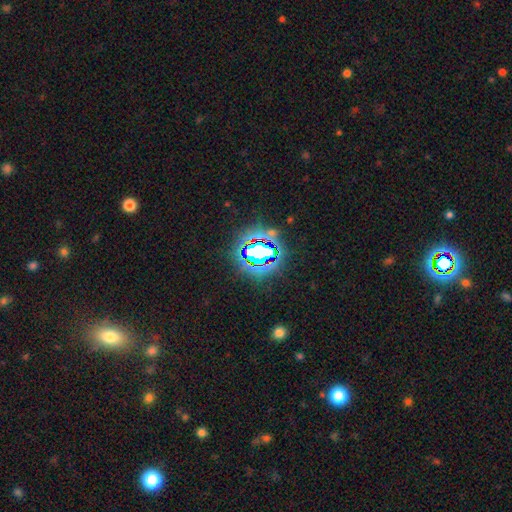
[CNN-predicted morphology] A star or artifact, not a galaxy (73%).

Vote fractions:
- Smooth or featured? star or artifact: 73% / smooth: 16% / featured or disk: 11%